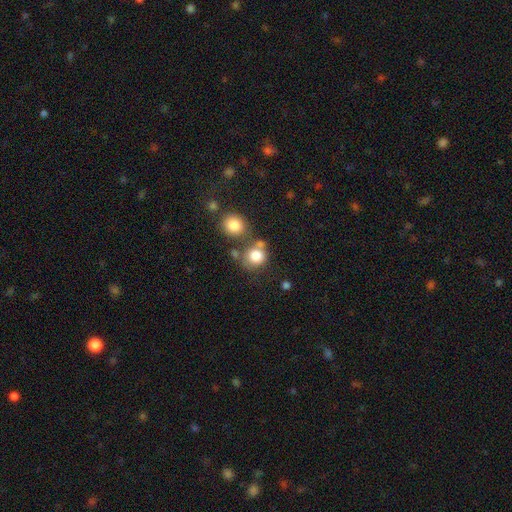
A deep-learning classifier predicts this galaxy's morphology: type=smooth (81%); roundness=round (80%); merging=none (53%).